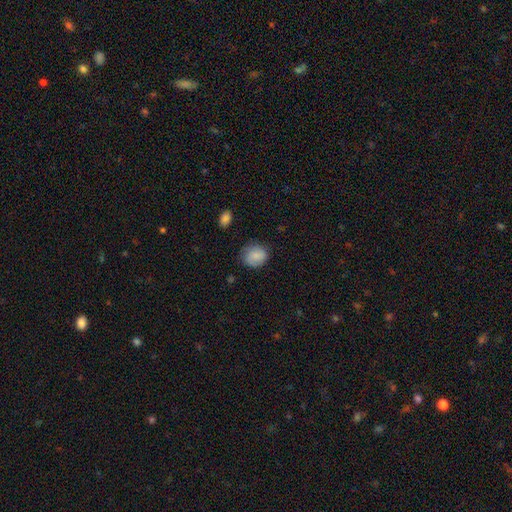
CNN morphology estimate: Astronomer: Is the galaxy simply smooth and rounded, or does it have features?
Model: smooth — 83%.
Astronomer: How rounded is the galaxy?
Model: round — 73%.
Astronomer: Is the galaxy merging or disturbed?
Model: none — 75%.